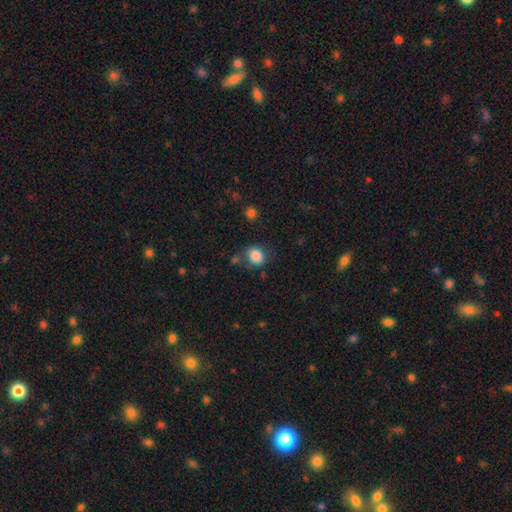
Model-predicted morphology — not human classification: This appears to be a smooth galaxy with no disk features (85%) that is round (73%). Merging: none (72%).